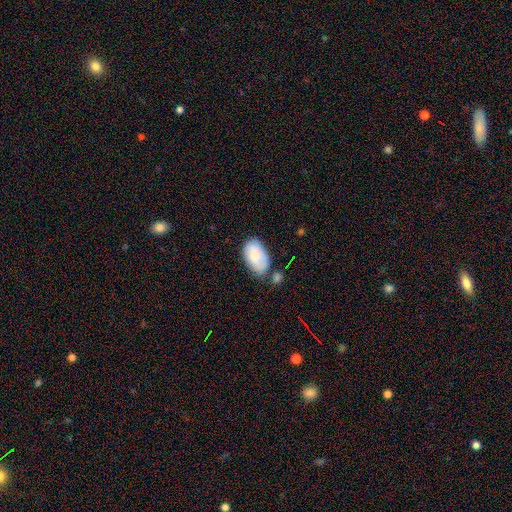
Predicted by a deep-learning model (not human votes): Q: Smooth or featured?
A: smooth (78%); runner-up: featured or disk (15%)
Q: How rounded?
A: in between (94%); runner-up: round (5%)
Q: Merging?
A: none (54%); runner-up: minor disturbance (26%)